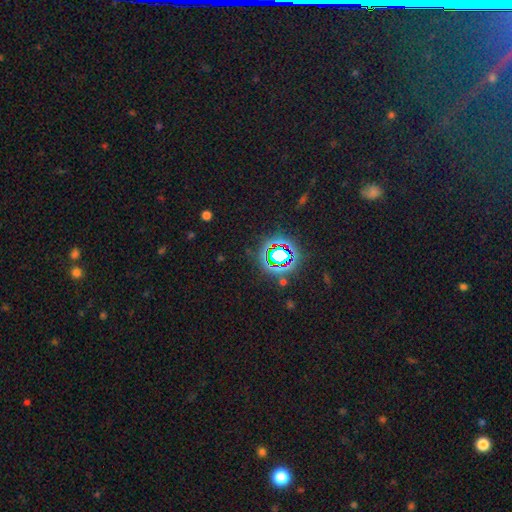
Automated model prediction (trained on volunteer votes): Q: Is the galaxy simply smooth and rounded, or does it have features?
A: star or artifact — 78%.